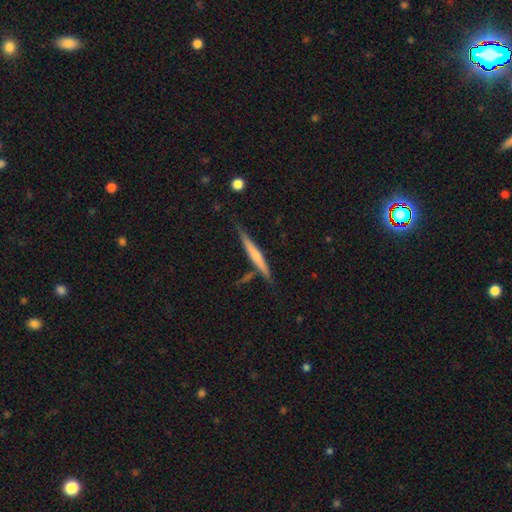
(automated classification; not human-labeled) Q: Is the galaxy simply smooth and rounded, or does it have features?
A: featured or disk — 48%.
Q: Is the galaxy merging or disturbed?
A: none — 77%.